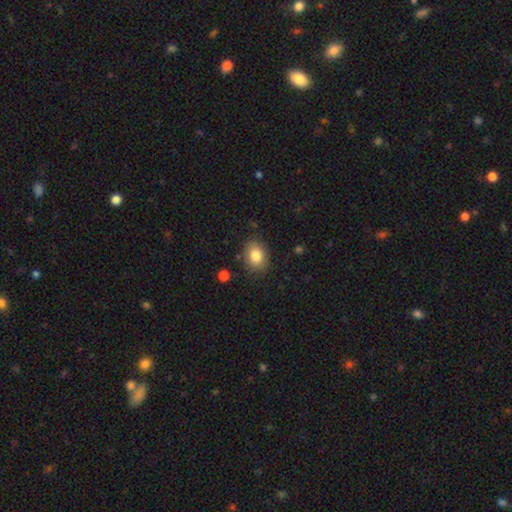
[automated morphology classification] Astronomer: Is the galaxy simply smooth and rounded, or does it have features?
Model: smooth — 83%.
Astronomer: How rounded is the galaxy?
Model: in between — 66%.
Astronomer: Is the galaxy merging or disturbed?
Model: none — 82%.